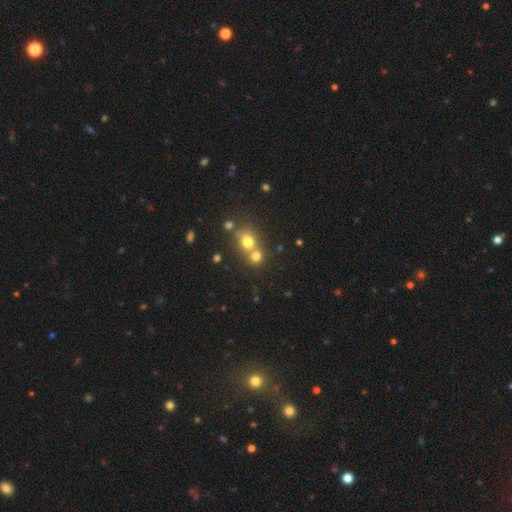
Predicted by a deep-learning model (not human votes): Smooth or featured? Predicted: smooth (p=0.56). How rounded? Predicted: round (p=0.79). Merging? Predicted: none (p=0.45, tied with merger).